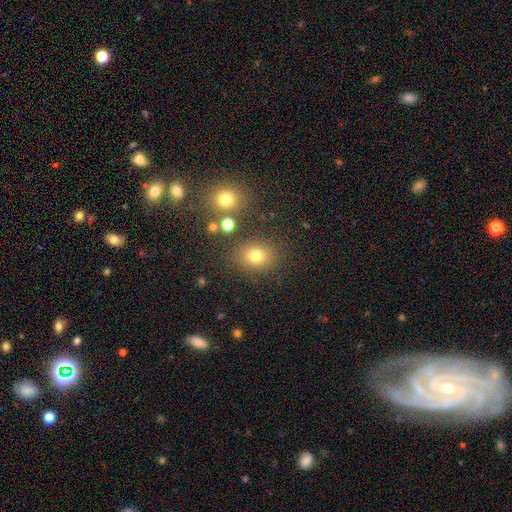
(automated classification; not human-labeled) The model was most divided on "how rounded": round: 57%, in between: 42%, cigar-shaped: 1%. More confident: merging — none (80%); smooth or featured — smooth (74%).